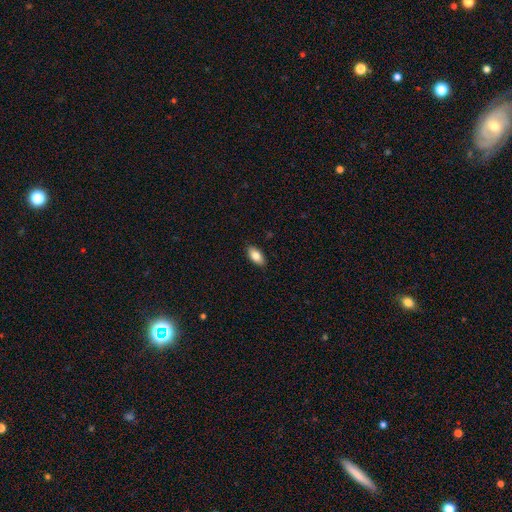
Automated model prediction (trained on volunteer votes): Smooth or featured?
  - smooth: 83% *
  - featured or disk: 10%
  - star or artifact: 7%
How rounded?
  - in between: 91% *
  - cigar-shaped: 6%
  - round: 3%
Merging?
  - none: 89% *
  - minor disturbance: 9%
  - major disturbance: 2%
  - merger: 1%